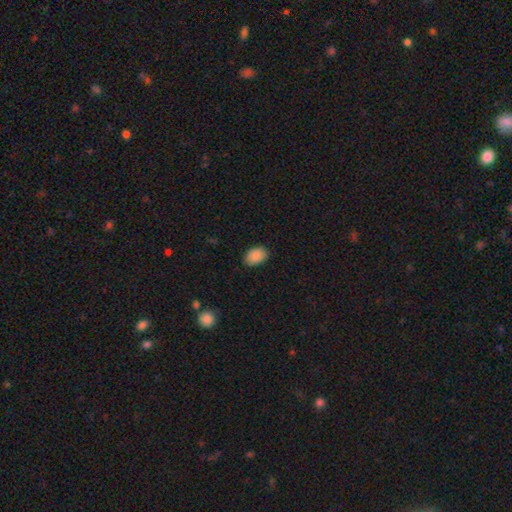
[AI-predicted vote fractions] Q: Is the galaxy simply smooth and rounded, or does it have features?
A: smooth — 89%.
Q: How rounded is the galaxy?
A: in between — 85%.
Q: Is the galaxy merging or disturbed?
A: none — 85%.